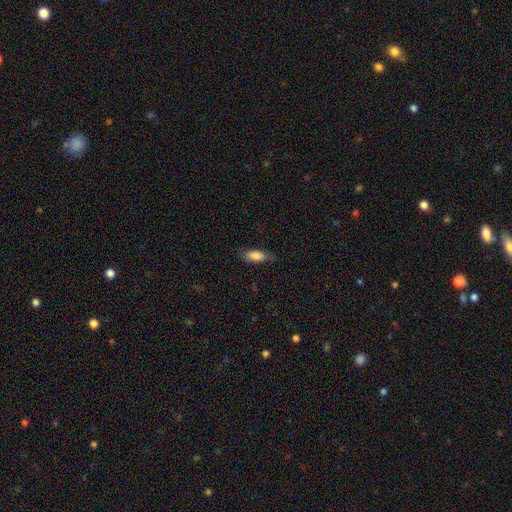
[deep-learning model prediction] smooth 82%, featured or disk 11%, star or artifact 7%. Down the decision tree: how rounded — in between (78%); merging — none (75%).